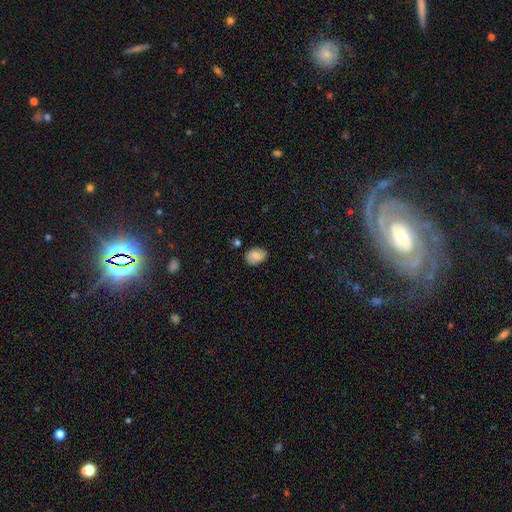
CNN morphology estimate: Smooth or featured: smooth — 83% (featured or disk — 10%)
How rounded: in between — 77% (round — 22%)
Merging: none — 81% (minor disturbance — 14%)